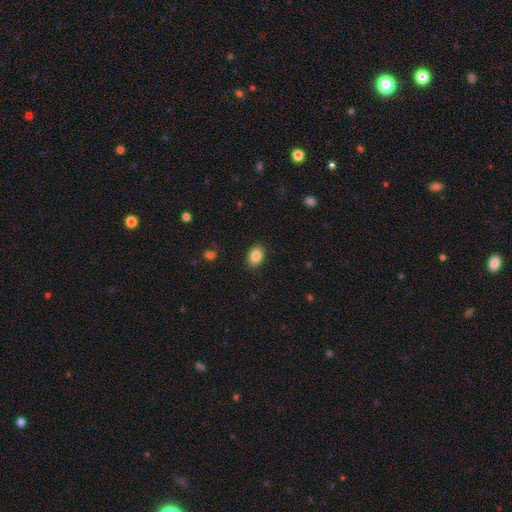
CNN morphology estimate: Overall: smooth (85%). How rounded: in between (80%). Merging: none (87%).